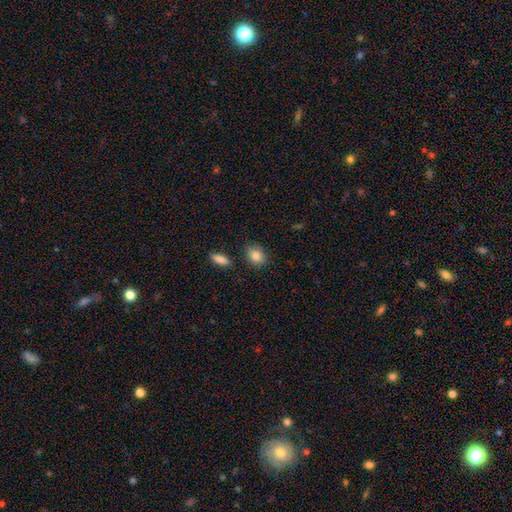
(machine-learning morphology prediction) This is clearly a smooth galaxy (86%). How rounded: possibly in between (56%). Merging: clearly none (81%).